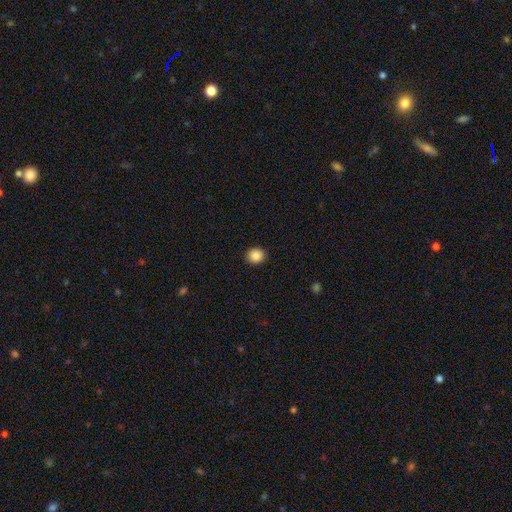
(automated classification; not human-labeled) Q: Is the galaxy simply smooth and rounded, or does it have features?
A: smooth — 88%.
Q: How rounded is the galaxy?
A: round — 84%.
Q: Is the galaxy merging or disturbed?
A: none — 92%.